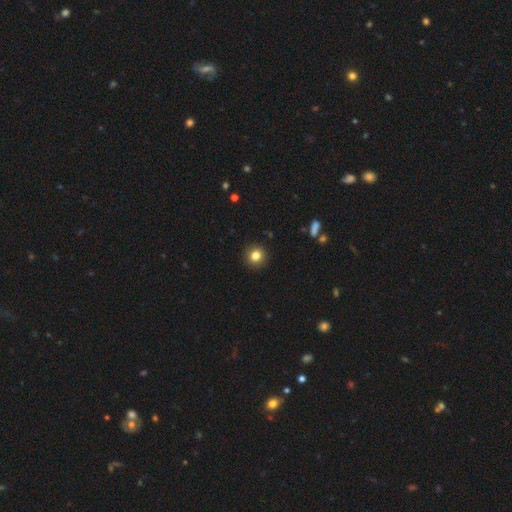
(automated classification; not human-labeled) Morphology: type=smooth (83%); roundness=round (92%); merging=none (92%).